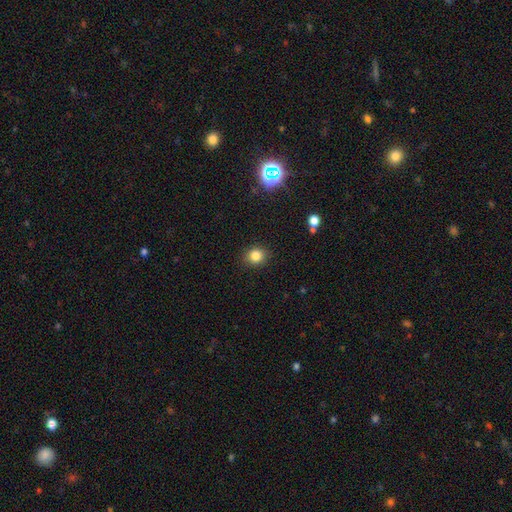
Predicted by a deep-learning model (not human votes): A smooth galaxy with no disk features (83%) that is round (77%).

Vote fractions:
- Smooth or featured? smooth: 83% / star or artifact: 12% / featured or disk: 5%
- How rounded? round: 77% / in between: 22% / cigar-shaped: 1%
- Merging? none: 89% / minor disturbance: 8% / major disturbance: 2% / merger: 1%